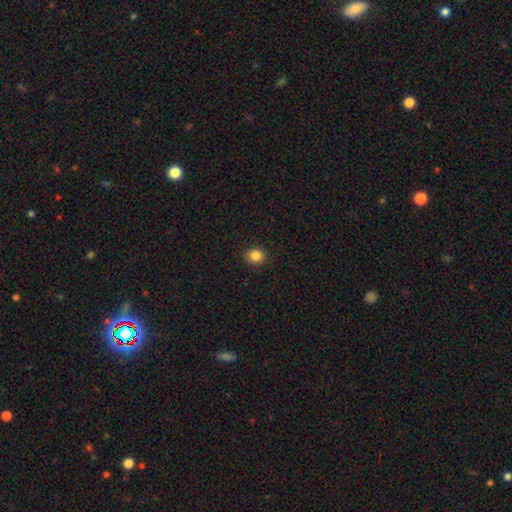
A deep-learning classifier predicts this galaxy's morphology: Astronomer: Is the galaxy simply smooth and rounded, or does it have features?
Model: smooth — 85%.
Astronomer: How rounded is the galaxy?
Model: round — 84%.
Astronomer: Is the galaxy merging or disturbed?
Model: none — 91%.